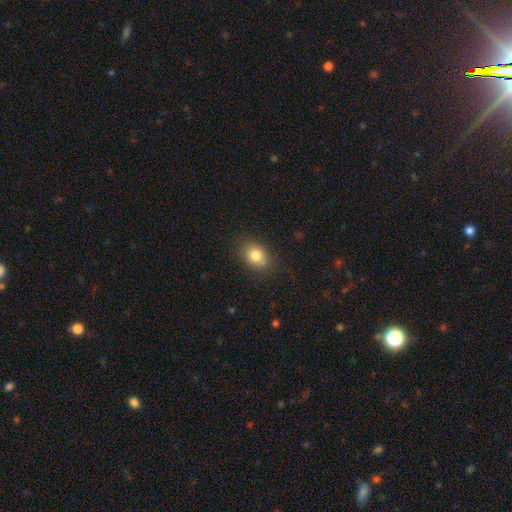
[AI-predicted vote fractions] Smooth or featured? smooth (81%)
How rounded? in between (65%)
Merging? none (75%)